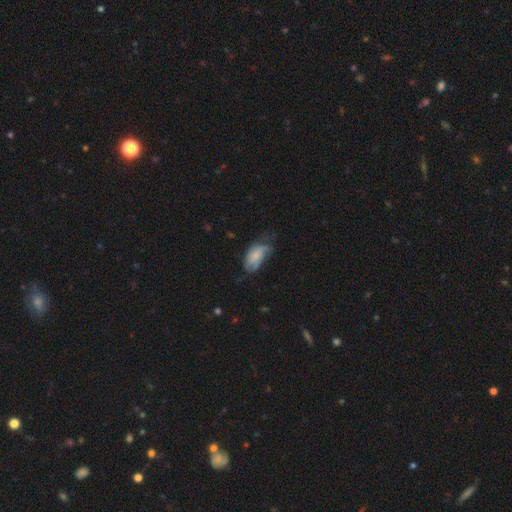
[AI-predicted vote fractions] smooth-or-featured: smooth: 62% | featured or disk: 30% | star or artifact: 7%
  how-rounded: in between: 92% | cigar-shaped: 4% | round: 4%
  merging: minor disturbance: 38% | none: 30% | major disturbance: 29% | merger: 3%